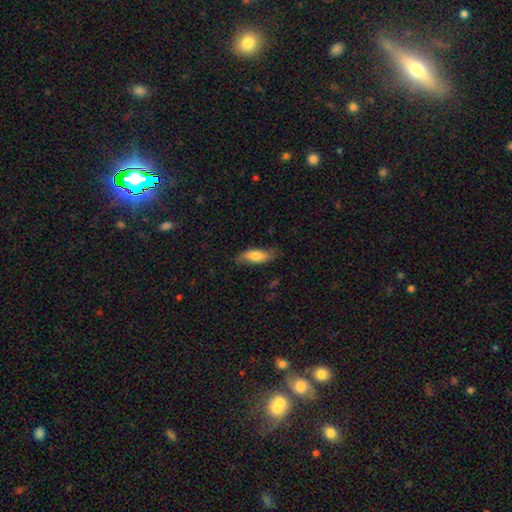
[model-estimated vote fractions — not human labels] This appears to be a smooth galaxy with no disk features (69%) that is in between round and cigar-shaped (65%). Merging: none (73%).